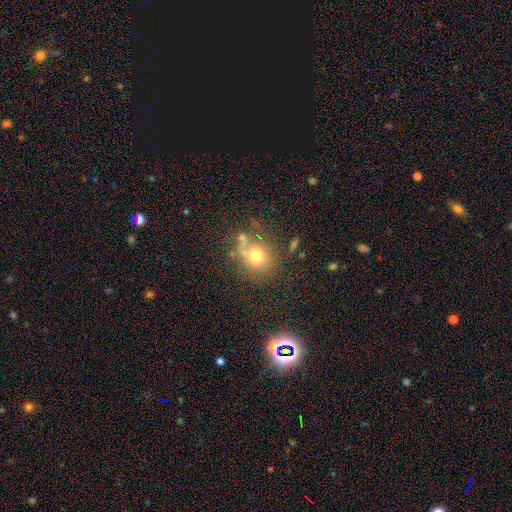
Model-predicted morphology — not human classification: type=smooth (69%); roundness=round (80%); merging=none (58%).